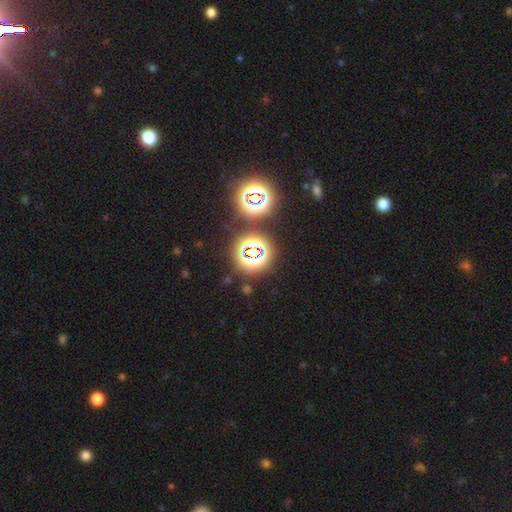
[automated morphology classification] A star or artifact, not a galaxy (76%).